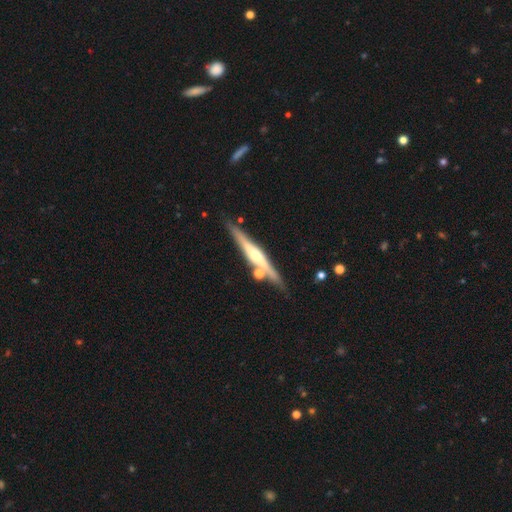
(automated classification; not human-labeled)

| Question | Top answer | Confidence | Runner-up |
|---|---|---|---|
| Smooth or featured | featured or disk | 74% | smooth (20%) |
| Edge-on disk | yes | 96% | no (4%) |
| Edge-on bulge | rounded | 87% | none (7%) |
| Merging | none | 78% | minor disturbance (10%) |